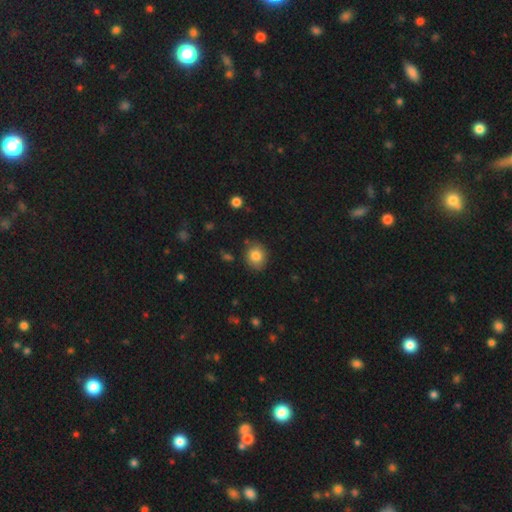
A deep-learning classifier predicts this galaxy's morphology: Q: Smooth or featured?
A: smooth (83%); runner-up: star or artifact (9%)
Q: How rounded?
A: round (70%); runner-up: in between (29%)
Q: Merging?
A: none (84%); runner-up: minor disturbance (11%)